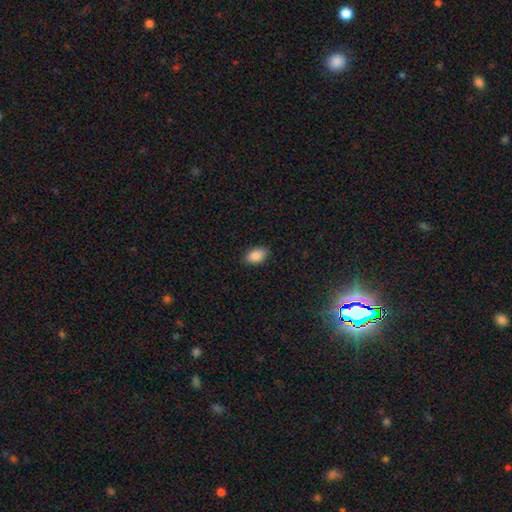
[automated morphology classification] A smooth galaxy with no disk features (89%) that is in between round and cigar-shaped (90%). Merging: none (87%).